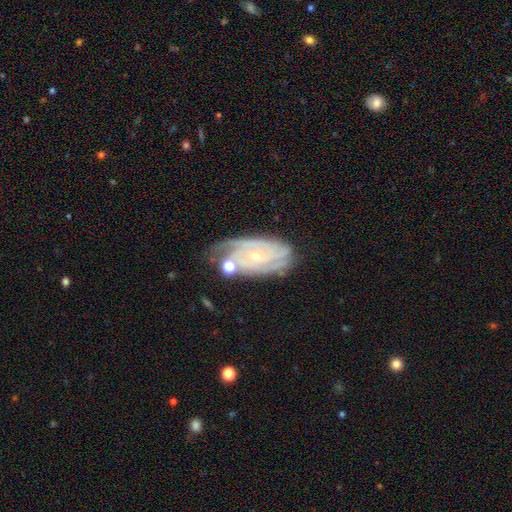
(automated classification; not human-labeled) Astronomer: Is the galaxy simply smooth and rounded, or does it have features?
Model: featured or disk — 82%.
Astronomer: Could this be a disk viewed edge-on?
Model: no — 95%.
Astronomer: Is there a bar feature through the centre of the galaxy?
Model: no — 71%.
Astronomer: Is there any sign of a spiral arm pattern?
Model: yes — 95%.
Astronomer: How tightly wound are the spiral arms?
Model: tight — 70%.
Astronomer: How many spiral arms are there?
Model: can't tell — 32% (runner-up: 3, 22%).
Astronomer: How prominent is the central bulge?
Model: small — 76%.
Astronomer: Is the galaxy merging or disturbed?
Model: none — 58%.